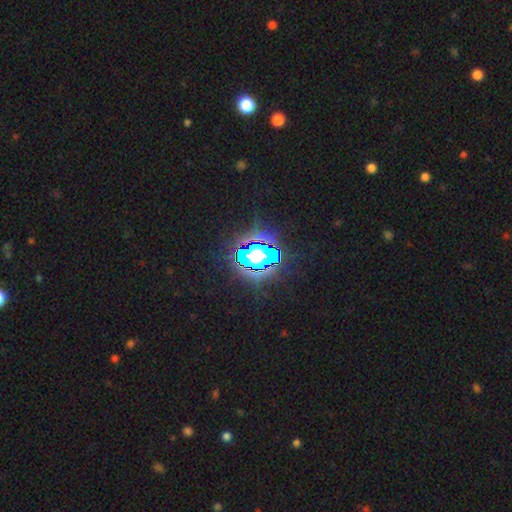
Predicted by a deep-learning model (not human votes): star or artifact 68%, smooth 18%, featured or disk 13%.